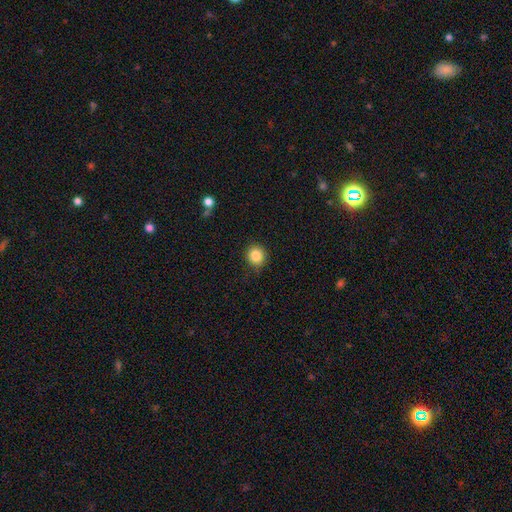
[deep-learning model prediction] Smooth or featured?
  - smooth: 86% *
  - star or artifact: 10%
  - featured or disk: 5%
How rounded?
  - round: 89% *
  - in between: 10%
  - cigar-shaped: 1%
Merging?
  - none: 89% *
  - minor disturbance: 7%
  - major disturbance: 2%
  - merger: 1%